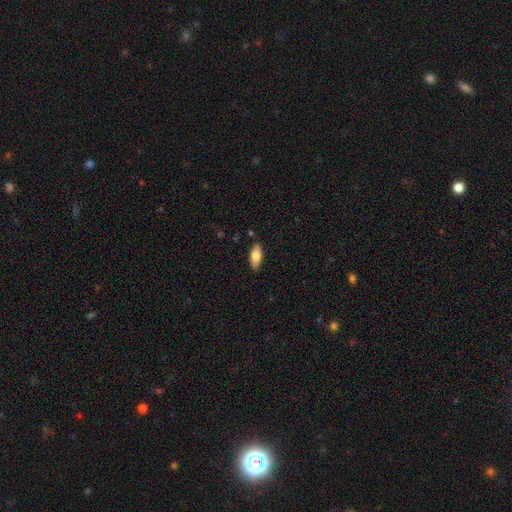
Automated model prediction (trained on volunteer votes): smooth 74%, featured or disk 20%, star or artifact 6%. Down the decision tree: how rounded — in between (81%); merging — none (86%).